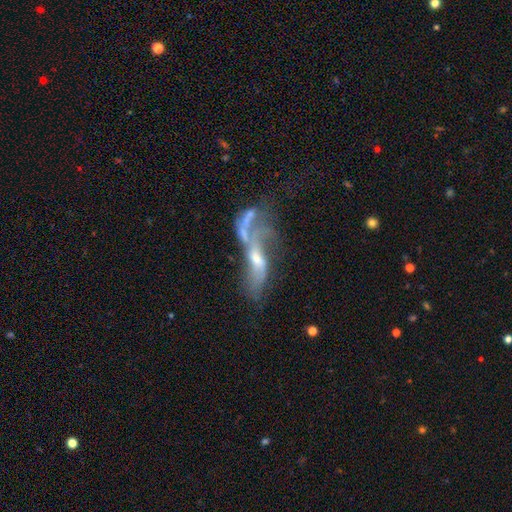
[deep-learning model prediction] Smooth or featured? Predicted: featured or disk (p=0.69). Edge-on disk? Predicted: no (p=0.79). Bar? Predicted: no (p=0.62). Spiral arms? Predicted: yes (p=0.55). Bulge size? Predicted: moderate (p=0.42). Merging? Predicted: merger (p=0.39).